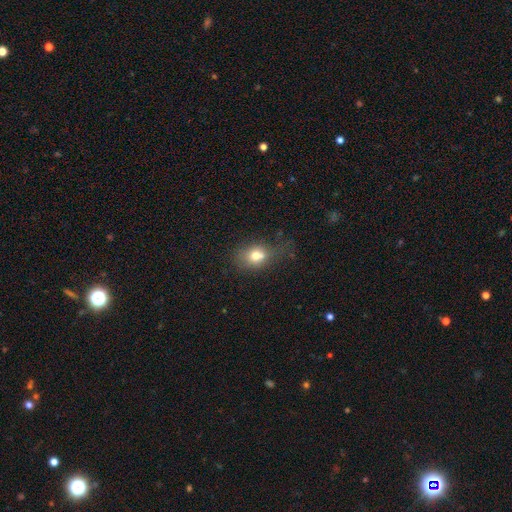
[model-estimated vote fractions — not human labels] The model was most divided on "how rounded": in between: 50%, round: 48%, cigar-shaped: 1%. Remaining: smooth or featured — smooth (72%); merging — none (42%).